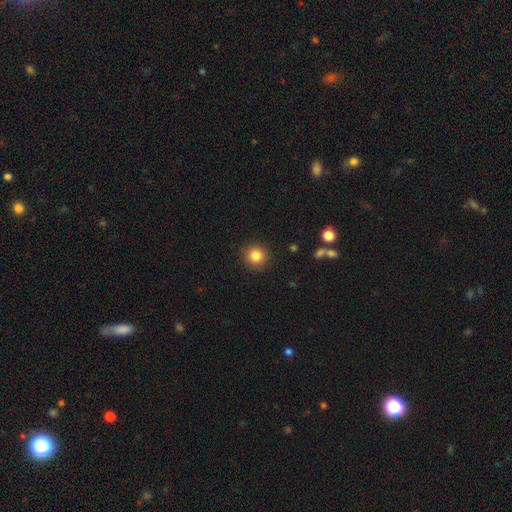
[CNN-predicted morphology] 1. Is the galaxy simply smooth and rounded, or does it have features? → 83% smooth, 11% star or artifact, 6% featured or disk.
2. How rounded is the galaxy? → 93% round, 6% in between, 1% cigar-shaped.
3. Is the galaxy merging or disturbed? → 90% none, 6% minor disturbance, 2% major disturbance, 1% merger.